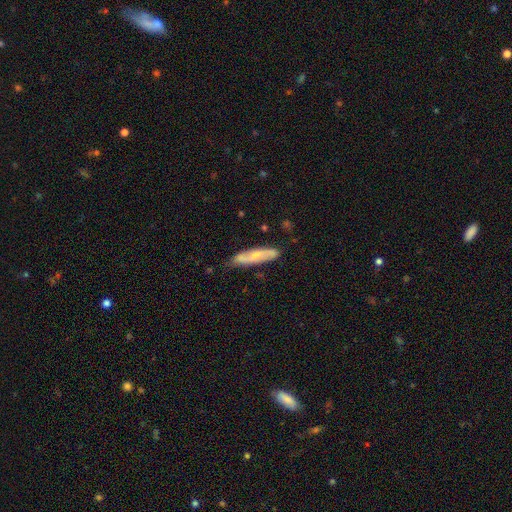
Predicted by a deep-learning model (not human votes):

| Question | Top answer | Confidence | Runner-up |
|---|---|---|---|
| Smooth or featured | featured or disk | 52% | smooth (42%) |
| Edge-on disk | no | 65% | yes (35%) |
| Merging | none | 76% | minor disturbance (19%) |